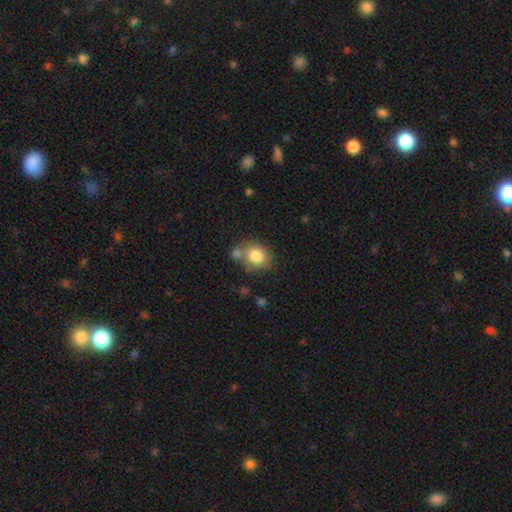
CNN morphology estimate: smooth 82%, featured or disk 10%, star or artifact 8%. Down the decision tree: how rounded — round (61%); merging — none (52%).